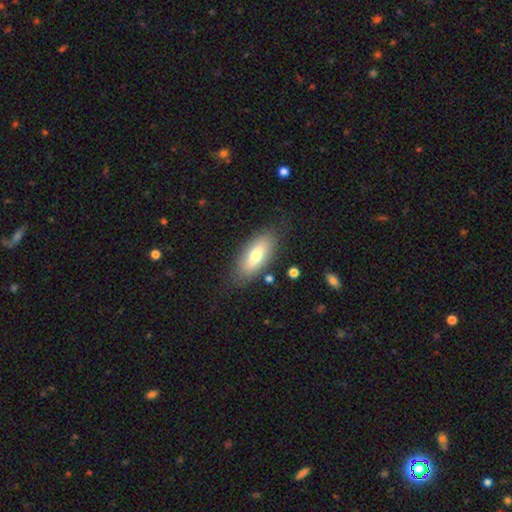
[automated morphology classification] Q: Smooth or featured?
A: smooth (66%); runner-up: featured or disk (27%)
Q: How rounded?
A: in between (82%); runner-up: cigar-shaped (16%)
Q: Merging?
A: none (81%); runner-up: minor disturbance (13%)